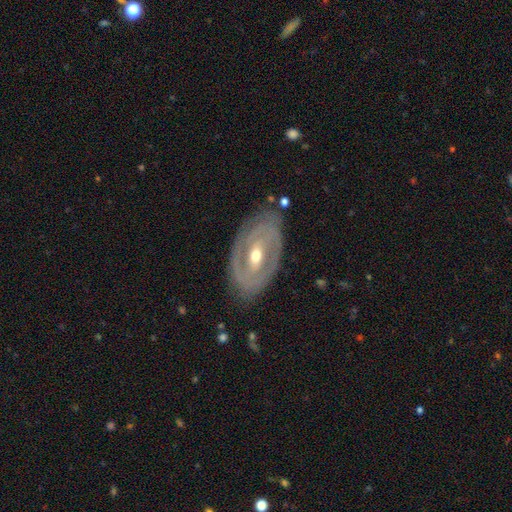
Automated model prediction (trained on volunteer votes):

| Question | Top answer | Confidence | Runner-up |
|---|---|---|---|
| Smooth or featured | featured or disk | 81% | smooth (14%) |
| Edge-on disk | no | 93% | yes (7%) |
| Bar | weak | 41% | strong (31%) |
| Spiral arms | yes | 70% | no (30%) |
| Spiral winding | tight | 64% | medium (26%) |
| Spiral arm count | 2 | 58% | can't tell (27%) |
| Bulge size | moderate | 66% | small (29%) |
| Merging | none | 78% | minor disturbance (15%) |